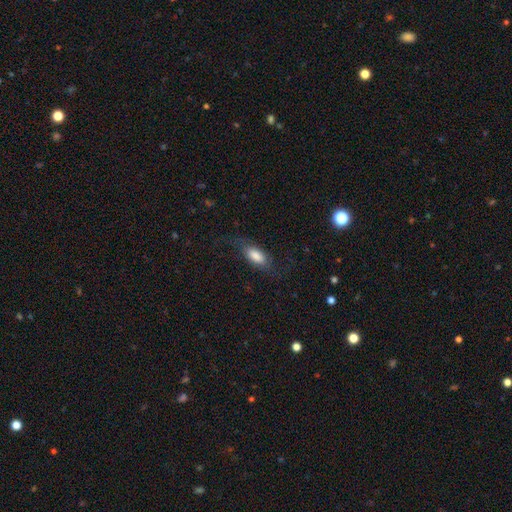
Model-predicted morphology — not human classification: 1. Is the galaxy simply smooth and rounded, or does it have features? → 71% smooth, 22% featured or disk, 7% star or artifact.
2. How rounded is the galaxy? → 83% in between, 14% cigar-shaped, 4% round.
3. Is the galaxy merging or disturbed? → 64% none, 20% minor disturbance, 14% major disturbance, 1% merger.